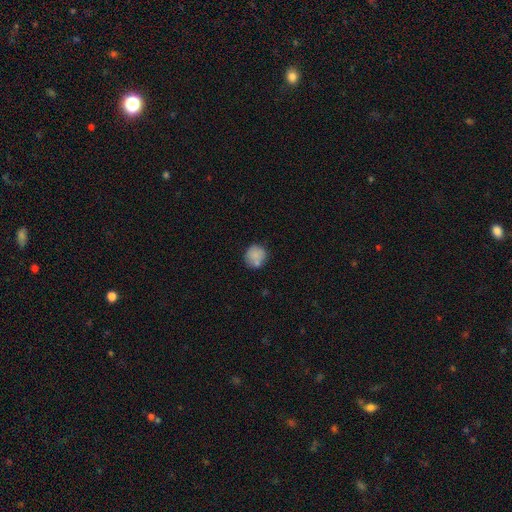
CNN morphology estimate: This is clearly a smooth galaxy (81%). How rounded: clearly round (89%). Merging: likely none (69%).